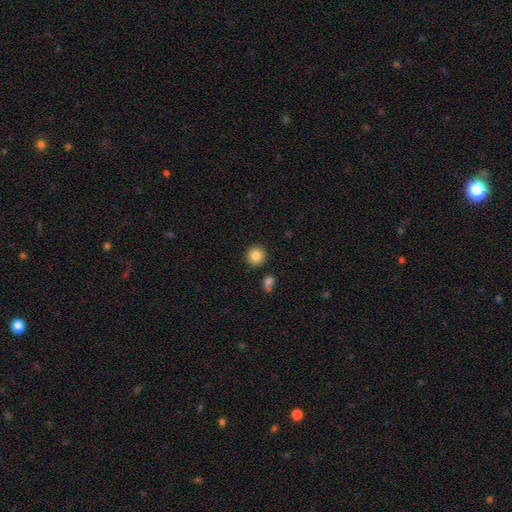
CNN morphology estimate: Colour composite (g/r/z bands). It shows a smooth galaxy with no disk features (85%) that is round (93%). Merging: none (89%).